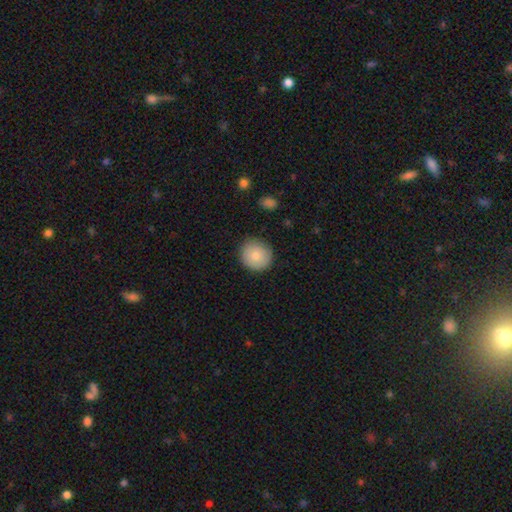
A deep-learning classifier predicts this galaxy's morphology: The model was most divided on "smooth or featured": smooth: 81%, featured or disk: 12%, star or artifact: 7%. More confident: how rounded — round (91%); merging — none (87%).